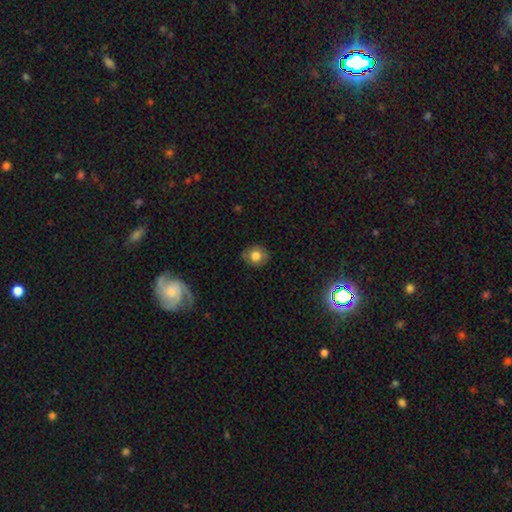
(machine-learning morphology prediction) Smooth or featured? smooth (74%)
How rounded? round (79%)
Merging? none (80%)